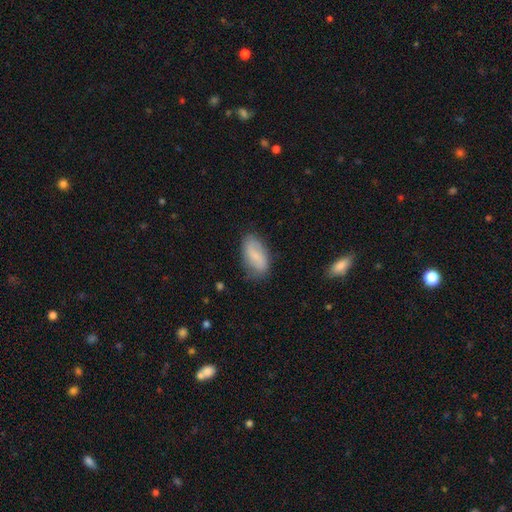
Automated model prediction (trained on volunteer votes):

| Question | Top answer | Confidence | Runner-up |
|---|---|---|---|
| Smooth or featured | smooth | 70% | featured or disk (23%) |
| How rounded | in between | 91% | cigar-shaped (6%) |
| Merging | none | 72% | minor disturbance (21%) |